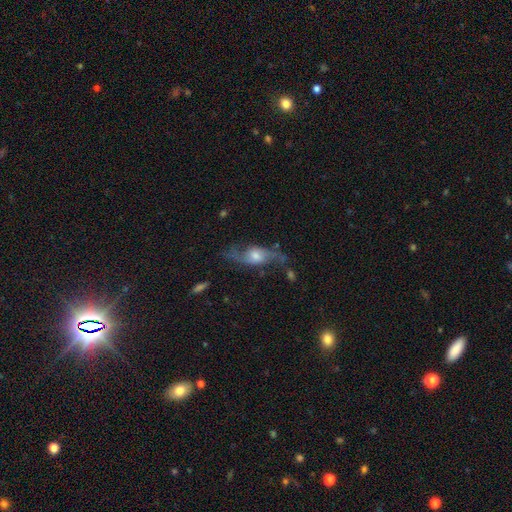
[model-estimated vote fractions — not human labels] Smooth or featured? Predicted: featured or disk (p=0.76). Edge-on disk? Predicted: no (p=0.84). Bar? Predicted: no (p=0.60). Spiral arms? Predicted: yes (p=0.91). Spiral winding? Predicted: loose (p=0.75). Spiral arm count? Predicted: 2 (p=0.90). Bulge size? Predicted: moderate (p=0.53). Merging? Predicted: none (p=0.63).